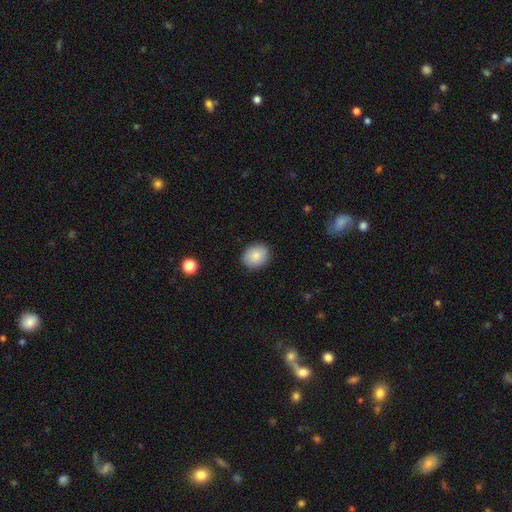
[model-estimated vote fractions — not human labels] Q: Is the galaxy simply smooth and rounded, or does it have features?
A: smooth — 86%.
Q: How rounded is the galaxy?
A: round — 51%.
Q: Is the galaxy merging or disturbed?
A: none — 88%.